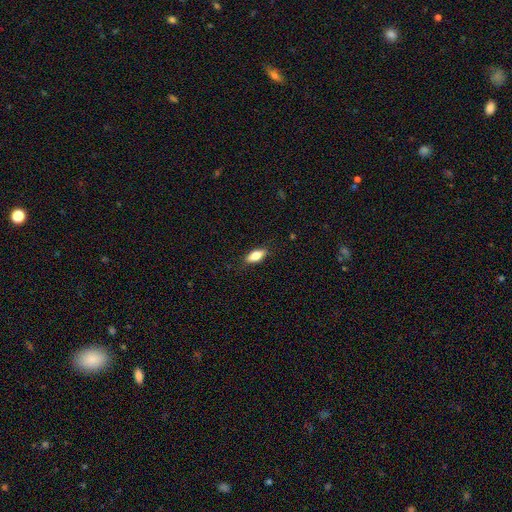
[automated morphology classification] Smooth or featured? Predicted: smooth (p=0.73). How rounded? Predicted: in between (p=0.77). Merging? Predicted: none (p=0.85).